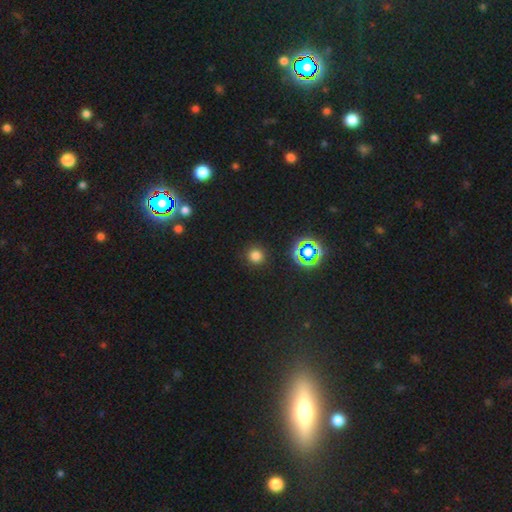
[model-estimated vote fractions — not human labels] Q: Smooth or featured?
A: smooth (74%); runner-up: star or artifact (21%)
Q: How rounded?
A: round (94%); runner-up: in between (5%)
Q: Merging?
A: none (90%); runner-up: minor disturbance (6%)